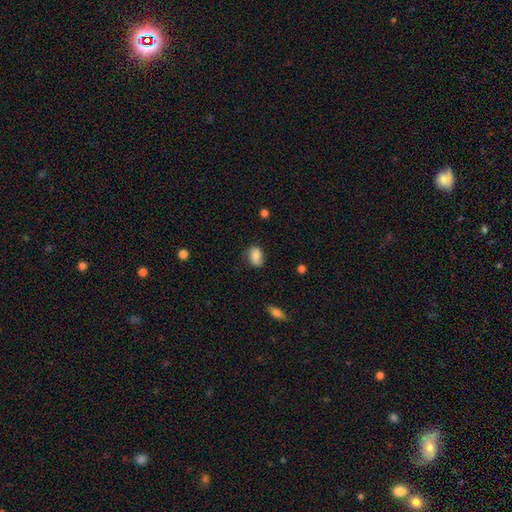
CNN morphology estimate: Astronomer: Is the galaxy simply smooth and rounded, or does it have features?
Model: smooth — 77%.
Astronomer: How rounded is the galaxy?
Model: in between — 80%.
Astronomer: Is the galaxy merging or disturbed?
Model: none — 67%.